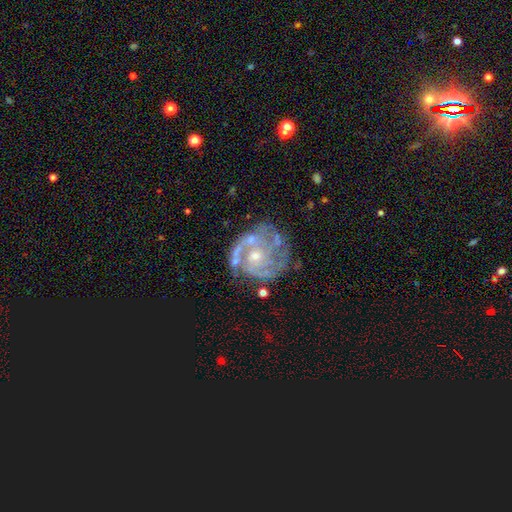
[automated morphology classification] featured or disk 87%, smooth 7%, star or artifact 6%. Down the decision tree: edge-on disk — no (98%); bar — no (75%); spiral arms — yes (91%); spiral arm count — can't tell (27%); spiral winding — tight (60%); bulge size — small (54%); merging — none (64%).